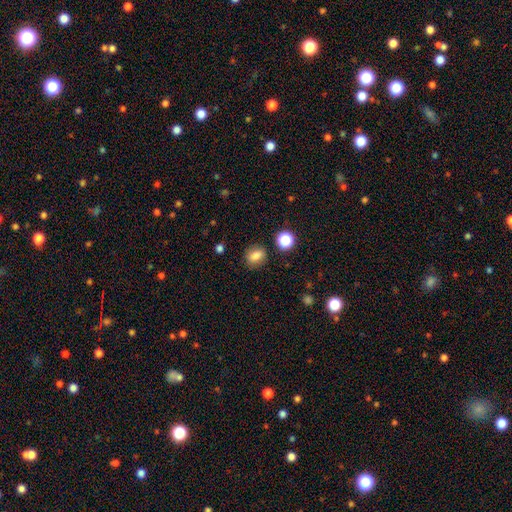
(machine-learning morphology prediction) Smooth or featured? Predicted: smooth (p=0.81). How rounded? Predicted: in between (p=0.56). Merging? Predicted: none (p=0.81).